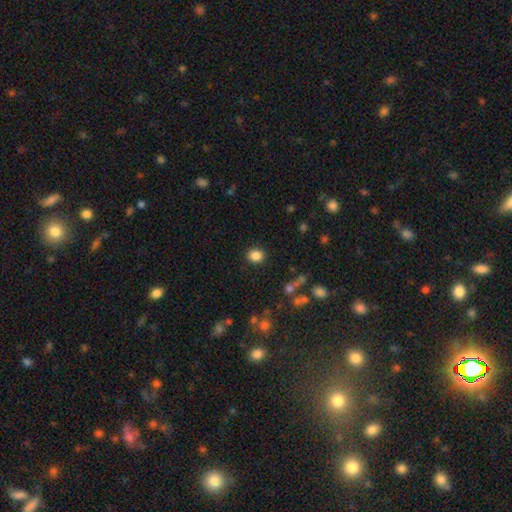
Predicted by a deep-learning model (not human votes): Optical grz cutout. It shows a smooth galaxy with no disk features (85%) that is round (67%). Merging: none (88%).